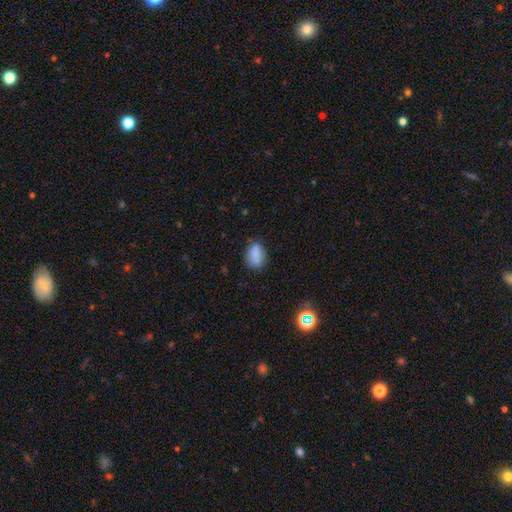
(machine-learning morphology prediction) type=smooth (84%); roundness=in between (82%); merging=none (74%).